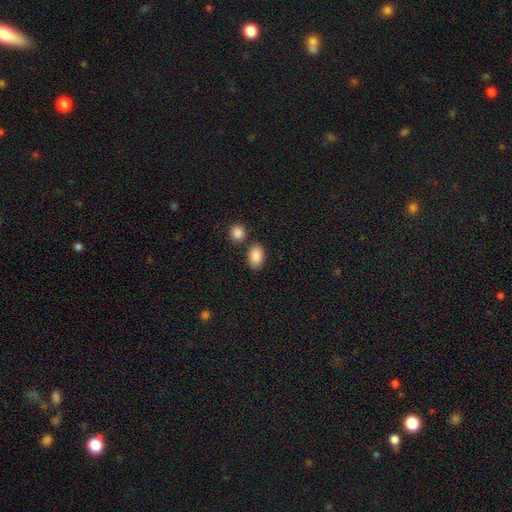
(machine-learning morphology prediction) Smooth or featured?
  - smooth: 88% *
  - star or artifact: 7%
  - featured or disk: 5%
How rounded?
  - in between: 88% *
  - round: 11%
  - cigar-shaped: 1%
Merging?
  - none: 75% *
  - minor disturbance: 12%
  - merger: 10%
  - major disturbance: 3%